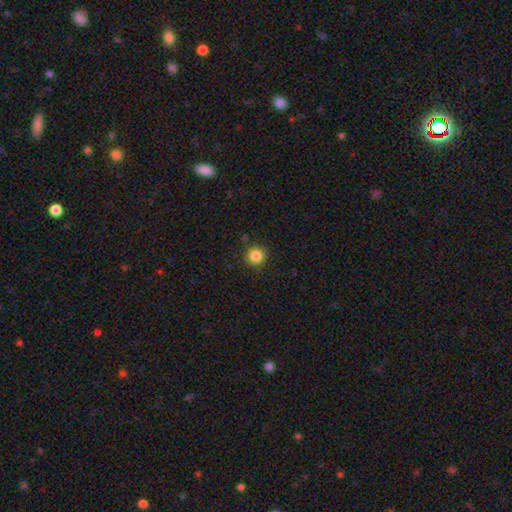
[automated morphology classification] smooth_or_featured: smooth (p=0.85) [alt: star or artifact p=0.11]
how_rounded: round (p=0.95) [alt: in between p=0.04]
merging: none (p=0.89) [alt: minor disturbance p=0.07]